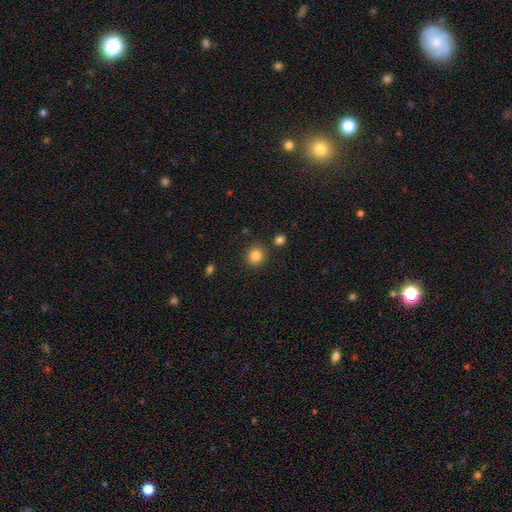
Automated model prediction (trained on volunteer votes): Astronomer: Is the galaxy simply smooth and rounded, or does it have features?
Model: smooth — 85%.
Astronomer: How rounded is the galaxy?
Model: round — 88%.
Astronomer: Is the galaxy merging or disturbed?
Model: none — 87%.